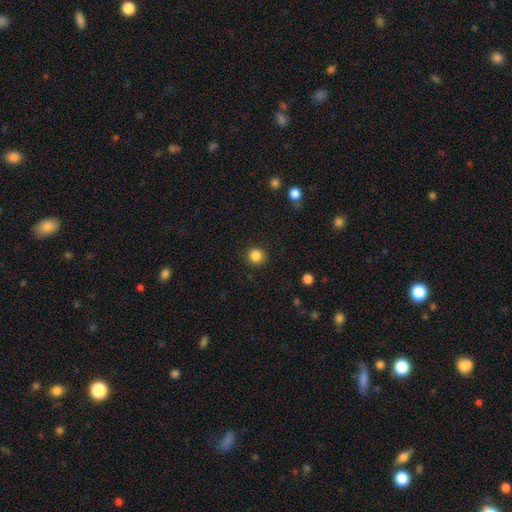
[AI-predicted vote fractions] Morphology: type=smooth (86%); roundness=round (92%); merging=none (90%).